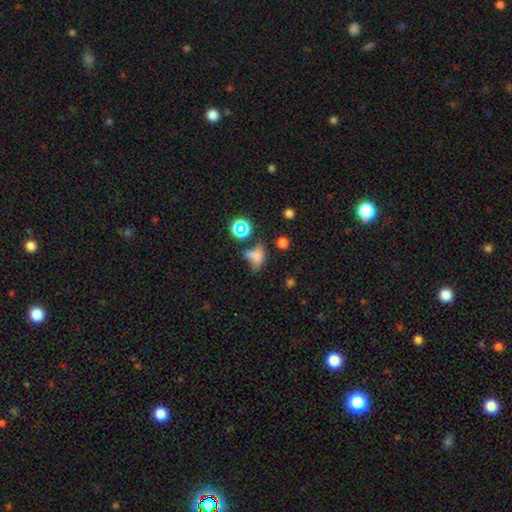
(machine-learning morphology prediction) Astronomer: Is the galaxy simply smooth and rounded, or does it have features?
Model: smooth — 59%.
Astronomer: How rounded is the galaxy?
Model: in between — 68%.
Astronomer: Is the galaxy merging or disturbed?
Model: none — 33% (runner-up: minor disturbance, 27%).